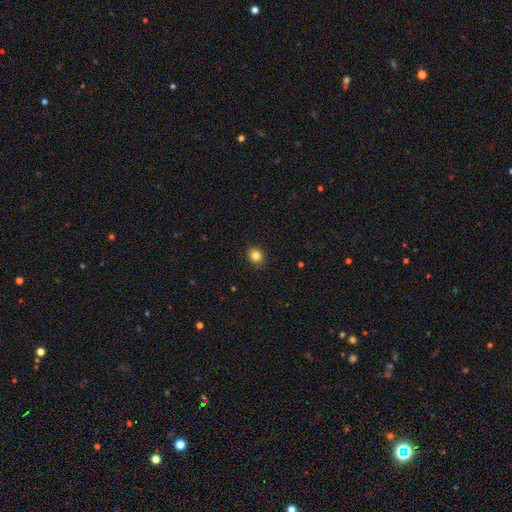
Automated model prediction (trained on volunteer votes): A smooth galaxy with no disk features (83%) that is round (78%).

Vote fractions:
- Smooth or featured? smooth: 83% / star or artifact: 12% / featured or disk: 5%
- How rounded? round: 78% / in between: 21% / cigar-shaped: 1%
- Merging? none: 91% / minor disturbance: 6% / major disturbance: 2% / merger: 1%